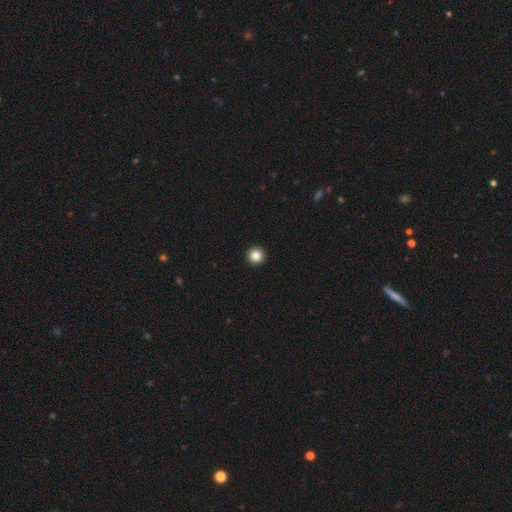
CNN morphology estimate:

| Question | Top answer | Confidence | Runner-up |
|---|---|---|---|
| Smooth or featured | smooth | 85% | star or artifact (11%) |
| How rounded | round | 97% | in between (2%) |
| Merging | none | 95% | minor disturbance (3%) |